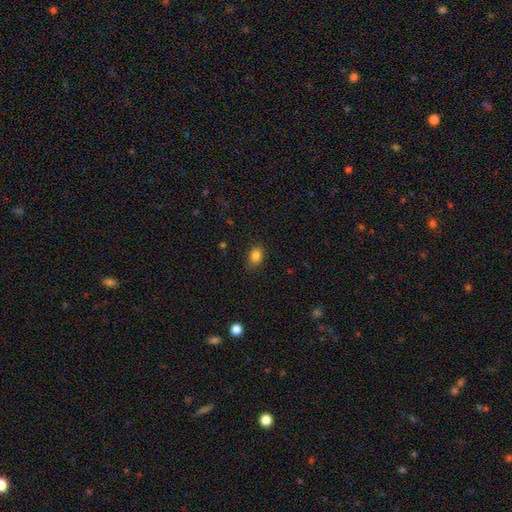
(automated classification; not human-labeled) Morphology: type=smooth (84%); roundness=in between (58%); merging=none (79%).